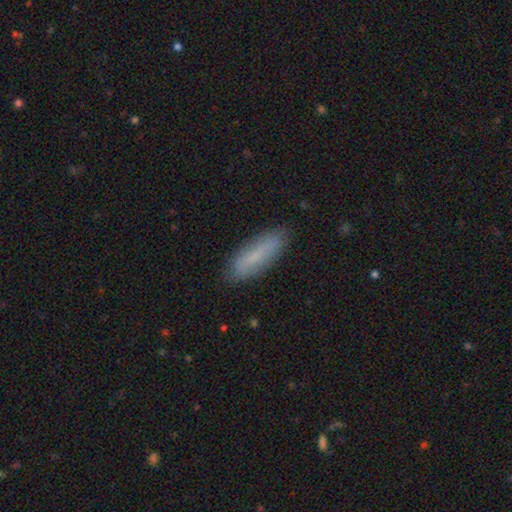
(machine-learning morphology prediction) Q: Smooth or featured?
A: smooth (72%); runner-up: featured or disk (21%)
Q: How rounded?
A: cigar-shaped (55%); runner-up: in between (43%)
Q: Merging?
A: none (86%); runner-up: minor disturbance (11%)